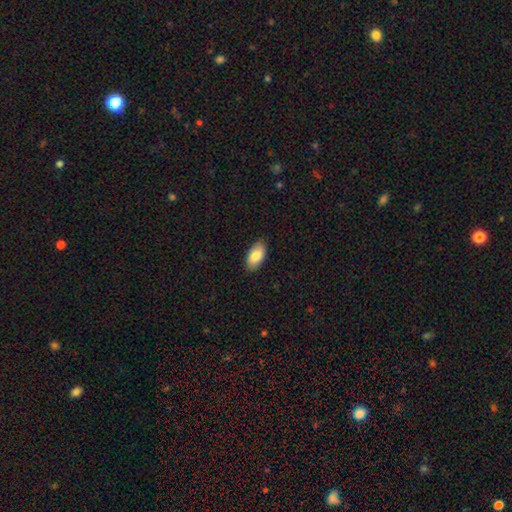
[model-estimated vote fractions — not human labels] Smooth or featured: smooth — 83% (featured or disk — 11%)
How rounded: in between — 94% (cigar-shaped — 3%)
Merging: none — 87% (minor disturbance — 10%)